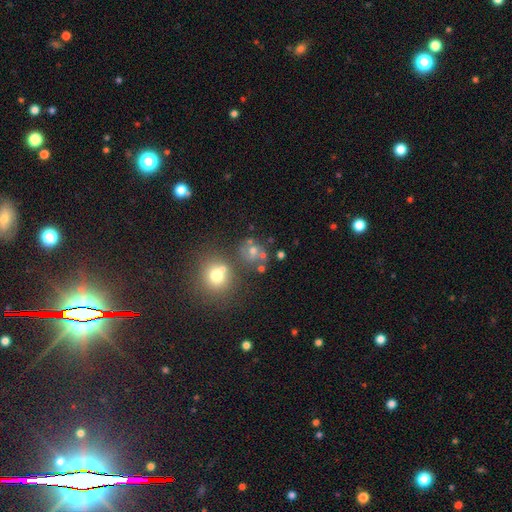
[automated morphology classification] type=smooth (50%); merging=none (60%).